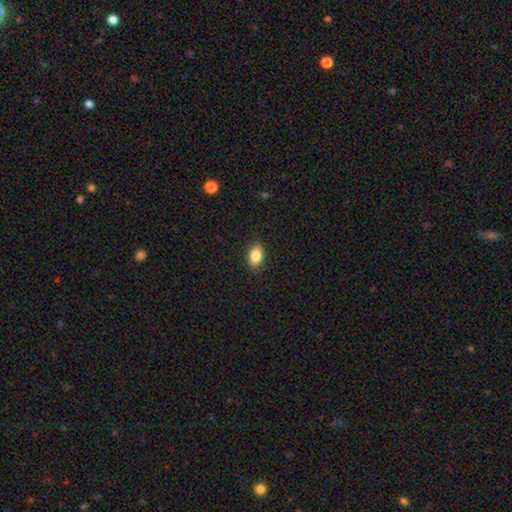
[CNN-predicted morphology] This appears to be a smooth galaxy with no disk features (86%) that is in between round and cigar-shaped (88%). Merging: none (90%).